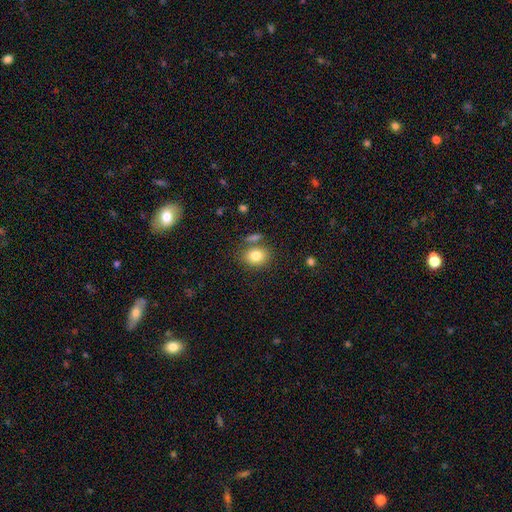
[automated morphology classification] Q: Smooth or featured?
A: smooth (82%); runner-up: star or artifact (10%)
Q: How rounded?
A: round (52%); runner-up: in between (47%)
Q: Merging?
A: none (67%); runner-up: merger (15%)